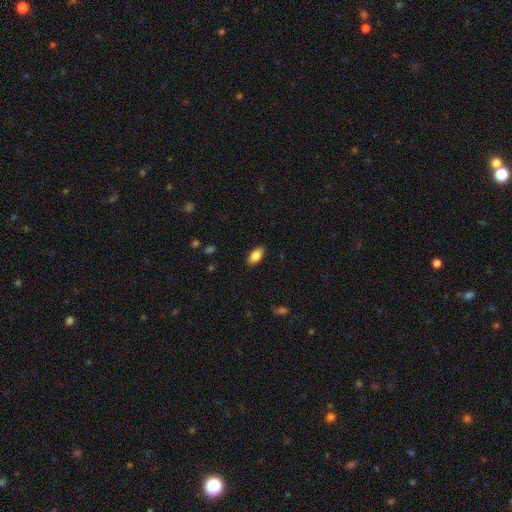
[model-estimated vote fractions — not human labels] A smooth galaxy with no disk features (85%) that is in between round and cigar-shaped (92%).

Vote fractions:
- Smooth or featured? smooth: 85% / featured or disk: 8% / star or artifact: 7%
- How rounded? in between: 92% / cigar-shaped: 5% / round: 4%
- Merging? none: 87% / minor disturbance: 10% / major disturbance: 2% / merger: 1%